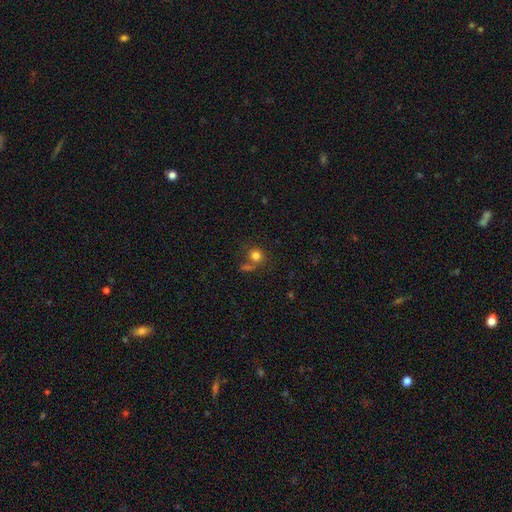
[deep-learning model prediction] Smooth or featured? smooth (79%)
How rounded? round (86%)
Merging? none (58%)